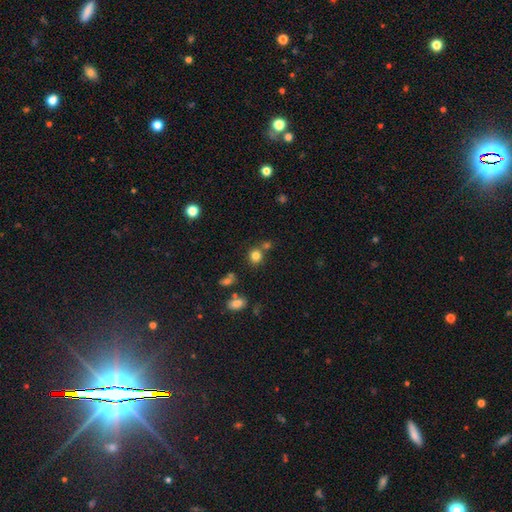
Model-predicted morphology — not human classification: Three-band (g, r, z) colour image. It shows a smooth galaxy with no disk features (79%) that is round (83%). Merging: none (64%).